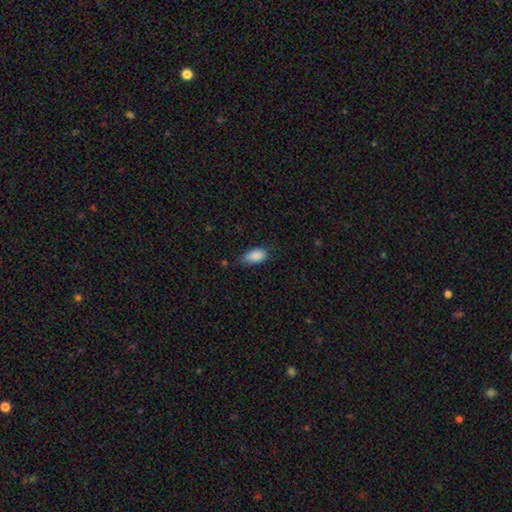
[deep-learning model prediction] smooth 88%, star or artifact 7%, featured or disk 5%. Down the decision tree: how rounded — in between (91%); merging — none (60%).